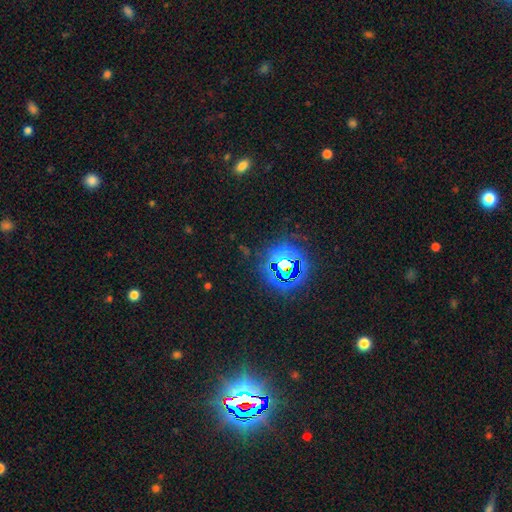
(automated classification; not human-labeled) smooth-or-featured: star or artifact: 81% | smooth: 12% | featured or disk: 7%